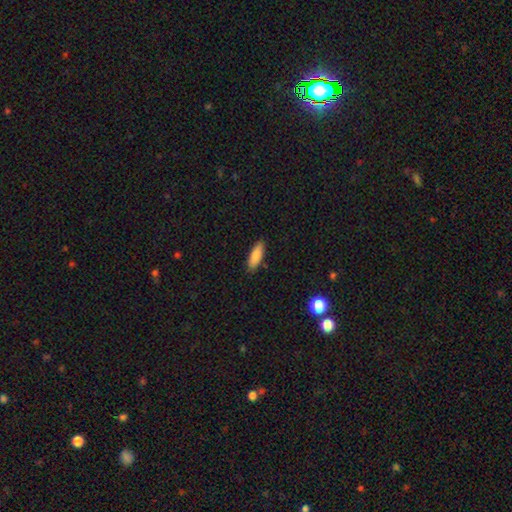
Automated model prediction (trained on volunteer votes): Morphology: type=smooth (87%); roundness=in between (58%); merging=none (87%).